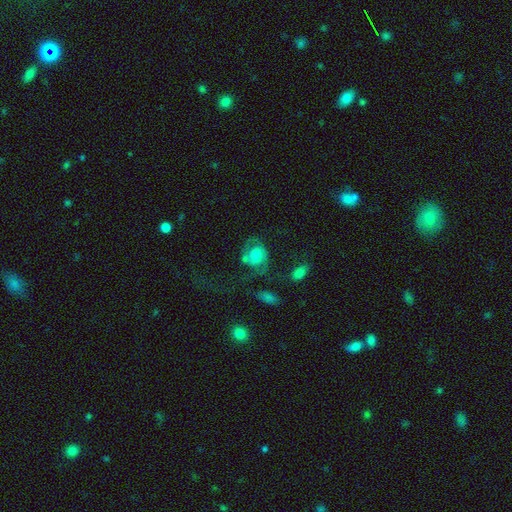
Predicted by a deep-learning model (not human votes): Morphology: type=featured or disk (63%); edge-on=no (97%); bar=no (72%); spiral arms=yes (83%); winding=medium (45%); arm count=2 (73%); bulge=large (36%); merging=none (38%).